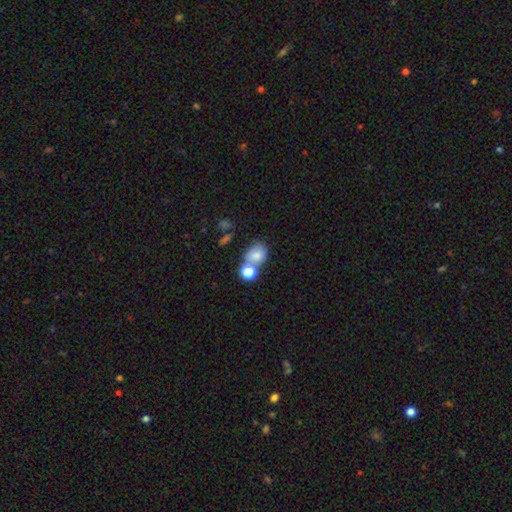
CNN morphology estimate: A smooth galaxy with no disk features (77%) that is in between round and cigar-shaped (50%).

Vote fractions:
- Smooth or featured? smooth: 77% / featured or disk: 12% / star or artifact: 11%
- How rounded? in between: 50% / round: 48% / cigar-shaped: 1%
- Merging? none: 41% / merger: 39% / minor disturbance: 13% / major disturbance: 7%